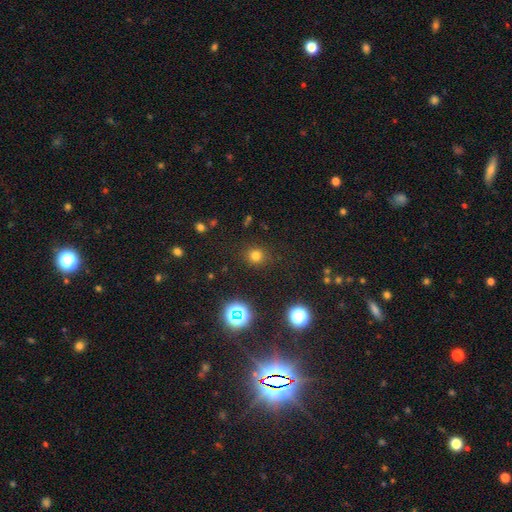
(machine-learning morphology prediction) Overall: smooth (74%). How rounded: round (92%). Merging: none (89%).